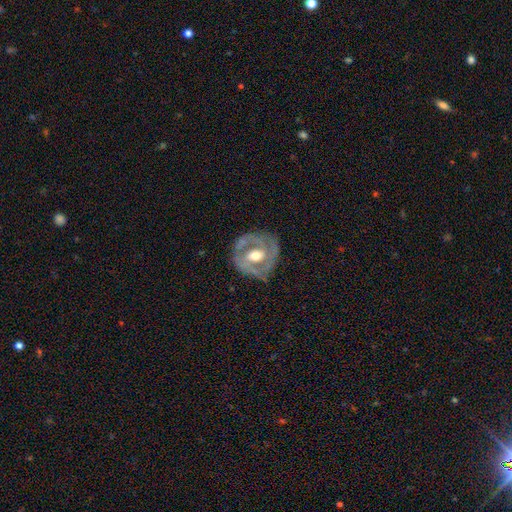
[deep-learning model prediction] featured or disk 74%, smooth 20%, star or artifact 6%. Down the decision tree: edge-on disk — no (96%); bar — no (50%); spiral arms — yes (63%); bulge size — moderate (75%); merging — none (70%).